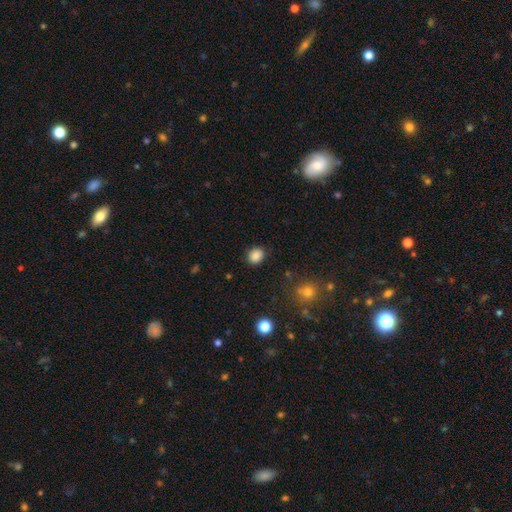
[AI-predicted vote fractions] Morphology: type=smooth (85%); roundness=round (68%); merging=none (86%).